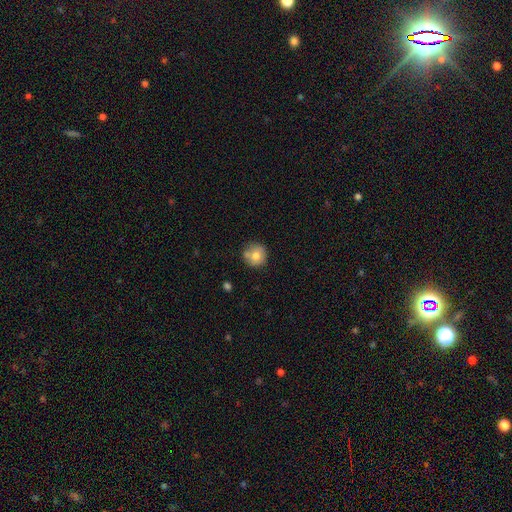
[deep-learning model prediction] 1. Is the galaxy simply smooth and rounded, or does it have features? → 75% smooth, 16% featured or disk, 9% star or artifact.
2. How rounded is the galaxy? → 93% round, 6% in between, 1% cigar-shaped.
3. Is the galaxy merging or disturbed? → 72% none, 14% minor disturbance, 11% merger, 3% major disturbance.